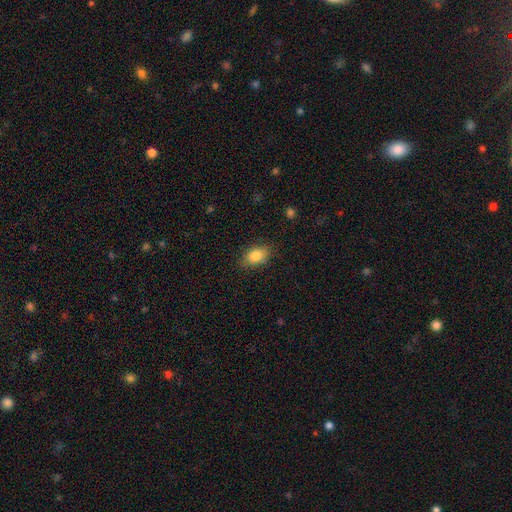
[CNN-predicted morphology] type=smooth (83%); roundness=in between (83%); merging=none (83%).